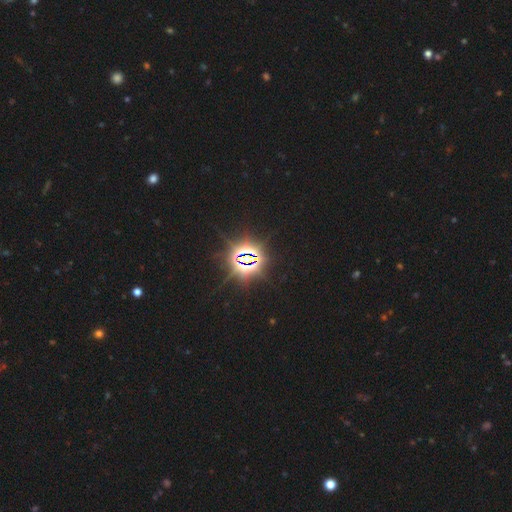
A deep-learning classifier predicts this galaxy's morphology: Smooth or featured?
  - star or artifact: 85% *
  - smooth: 8%
  - featured or disk: 7%